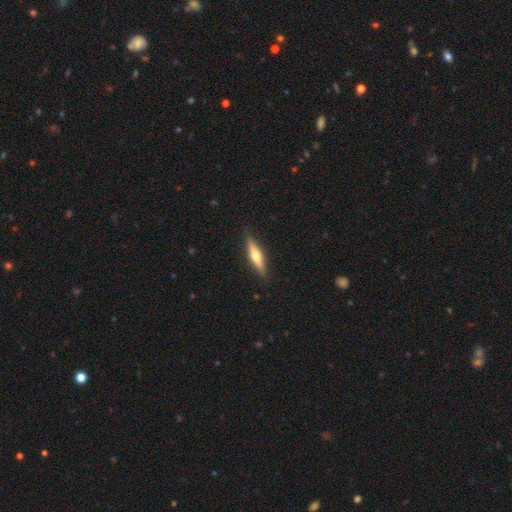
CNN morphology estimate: Smooth or featured: featured or disk — 50% (smooth — 44%)
Edge-on disk: yes — 94% (no — 6%)
Merging: none — 89% (minor disturbance — 9%)